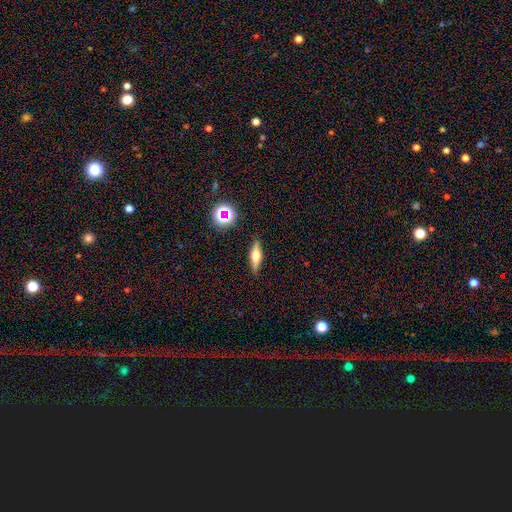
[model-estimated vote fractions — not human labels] Smooth or featured?
  - featured or disk: 47% *
  - smooth: 43%
  - star or artifact: 10%
Merging?
  - none: 87% *
  - minor disturbance: 9%
  - major disturbance: 2%
  - merger: 2%